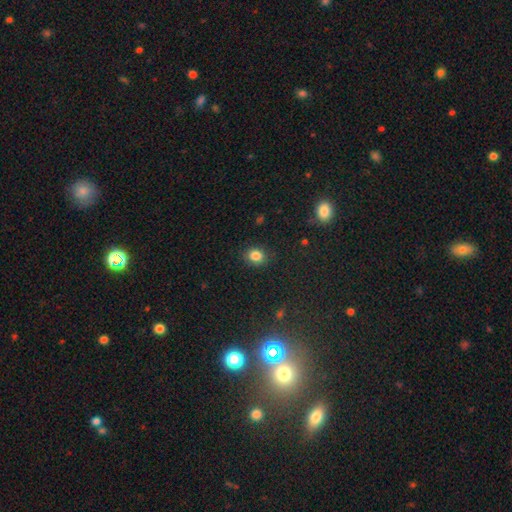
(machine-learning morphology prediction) Smooth or featured: smooth — 83% (star or artifact — 11%)
How rounded: round — 63% (in between — 36%)
Merging: none — 87% (minor disturbance — 9%)